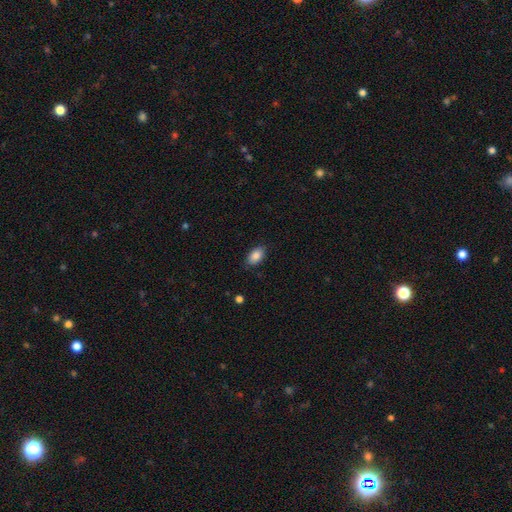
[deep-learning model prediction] Smooth or featured? Predicted: smooth (p=0.86). How rounded? Predicted: in between (p=0.91). Merging? Predicted: none (p=0.85).